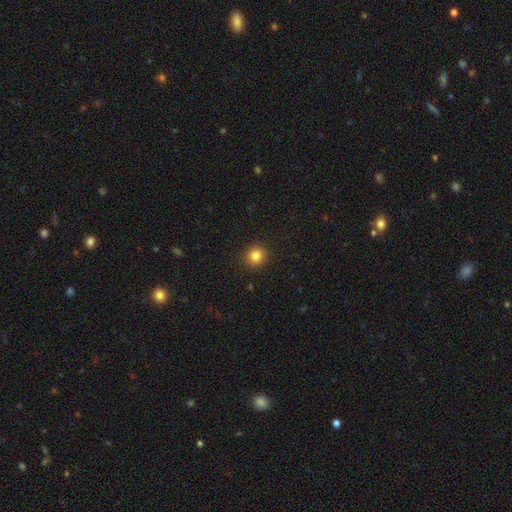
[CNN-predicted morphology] The model was most divided on "smooth or featured": smooth: 83%, star or artifact: 11%, featured or disk: 5%. More confident: merging — none (92%); how rounded — round (88%).